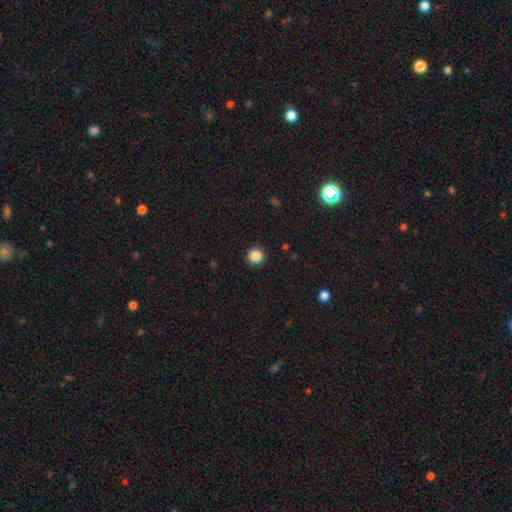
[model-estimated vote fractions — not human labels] Smooth or featured? smooth (86%)
How rounded? round (95%)
Merging? none (93%)